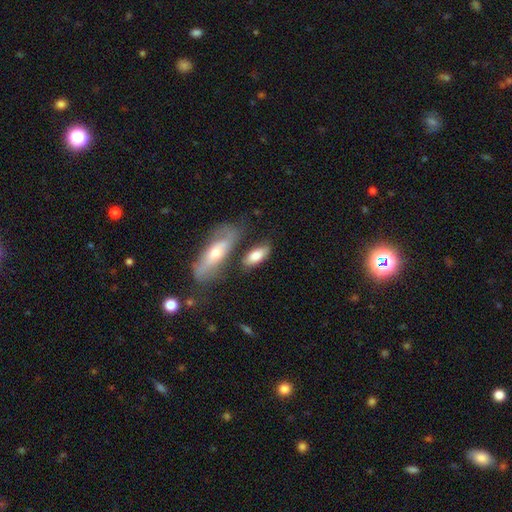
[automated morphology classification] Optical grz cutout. It shows a smooth galaxy with no disk features (76%) that is in between round and cigar-shaped (79%). Merging: none (66%).